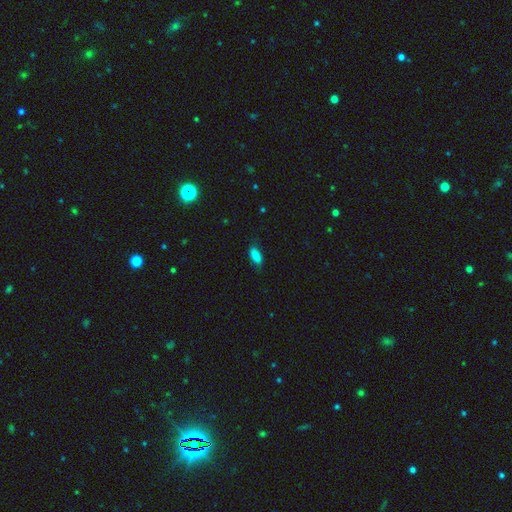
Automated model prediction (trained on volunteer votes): smooth-or-featured: smooth: 83% | star or artifact: 9% | featured or disk: 8%
  how-rounded: in between: 81% | cigar-shaped: 16% | round: 3%
  merging: none: 77% | minor disturbance: 18% | major disturbance: 4% | merger: 1%